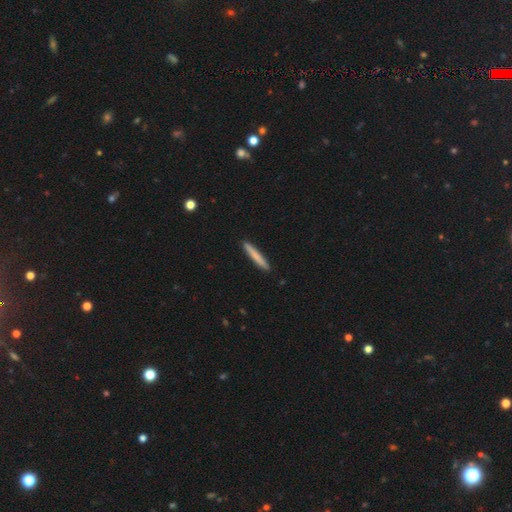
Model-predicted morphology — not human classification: A smooth galaxy with no disk features (78%) that is cigar-shaped (96%).

Vote fractions:
- Smooth or featured? smooth: 78% / featured or disk: 17% / star or artifact: 5%
- How rounded? cigar-shaped: 96% / in between: 3% / round: 1%
- Merging? none: 92% / minor disturbance: 6% / major disturbance: 1% / merger: 1%